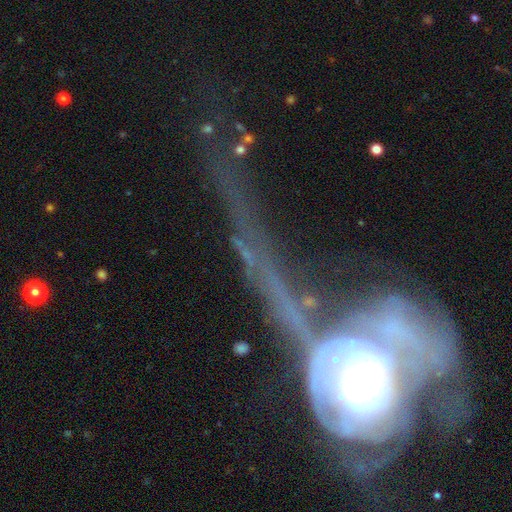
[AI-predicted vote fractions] Morphology: type=featured or disk (64%); edge-on=no (71%); merging=major disturbance (46%).